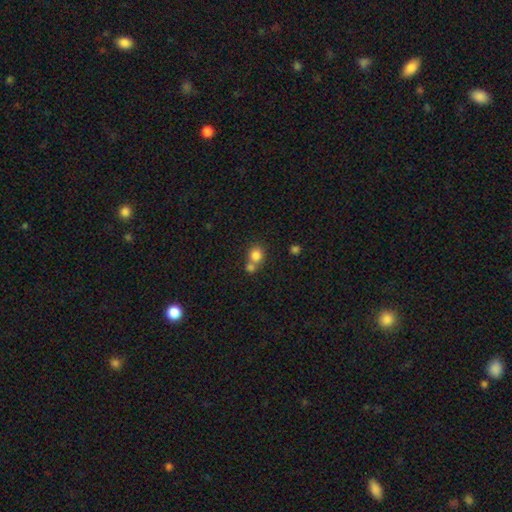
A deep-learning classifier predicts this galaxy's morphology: A smooth galaxy with no disk features (82%) that is round (80%).

Vote fractions:
- Smooth or featured? smooth: 82% / star or artifact: 11% / featured or disk: 7%
- How rounded? round: 80% / in between: 19% / cigar-shaped: 1%
- Merging? merger: 45% (tied) / none: 45% (tied) / minor disturbance: 7% / major disturbance: 3%